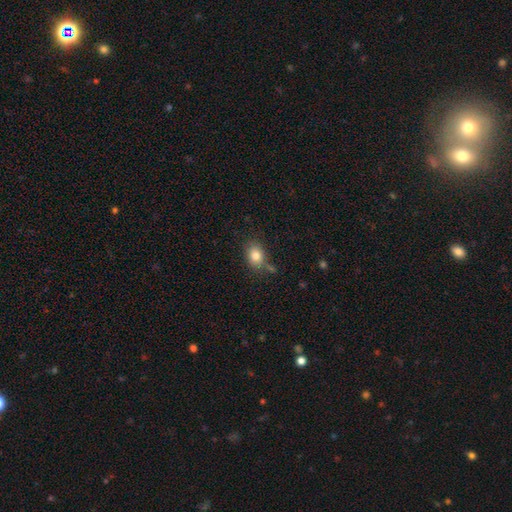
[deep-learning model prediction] Q: Smooth or featured?
A: smooth (82%); runner-up: star or artifact (10%)
Q: How rounded?
A: in between (63%); runner-up: round (36%)
Q: Merging?
A: none (69%); runner-up: minor disturbance (18%)